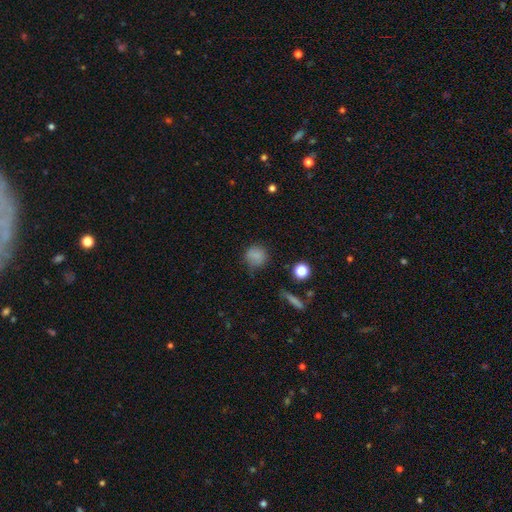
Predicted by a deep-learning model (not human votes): A smooth galaxy with no disk features (81%) that is round (88%). Merging: none (76%).